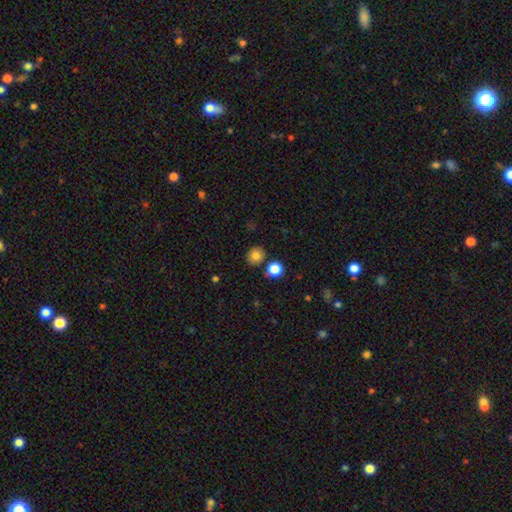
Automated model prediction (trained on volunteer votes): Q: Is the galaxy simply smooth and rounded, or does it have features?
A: smooth — 81%.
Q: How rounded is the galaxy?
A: round — 87%.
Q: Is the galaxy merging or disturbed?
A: none — 83%.